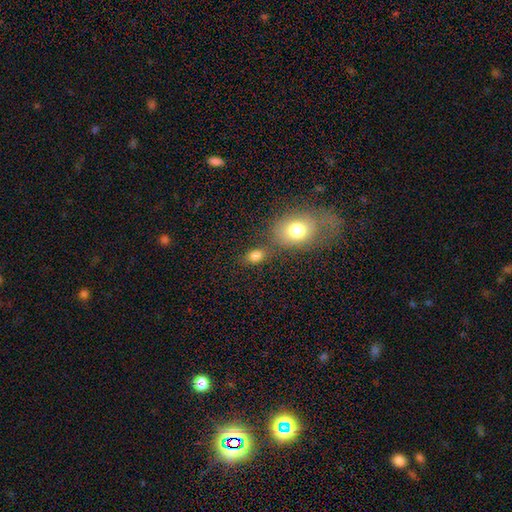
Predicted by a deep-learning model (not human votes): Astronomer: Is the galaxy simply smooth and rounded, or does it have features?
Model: smooth — 80%.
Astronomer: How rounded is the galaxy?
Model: in between — 72%.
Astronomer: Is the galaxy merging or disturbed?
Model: none — 65%.